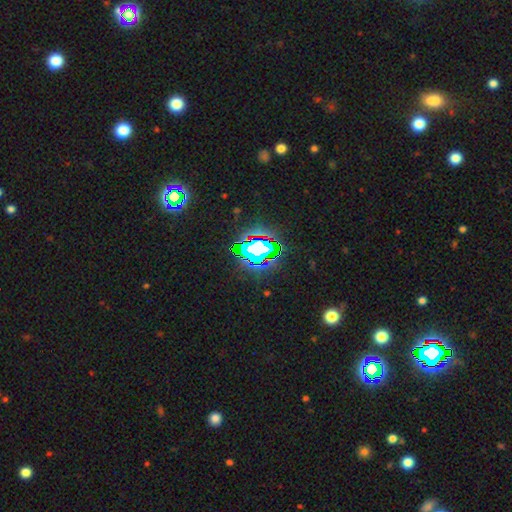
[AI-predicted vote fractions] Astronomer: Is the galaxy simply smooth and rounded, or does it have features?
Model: star or artifact — 74%.